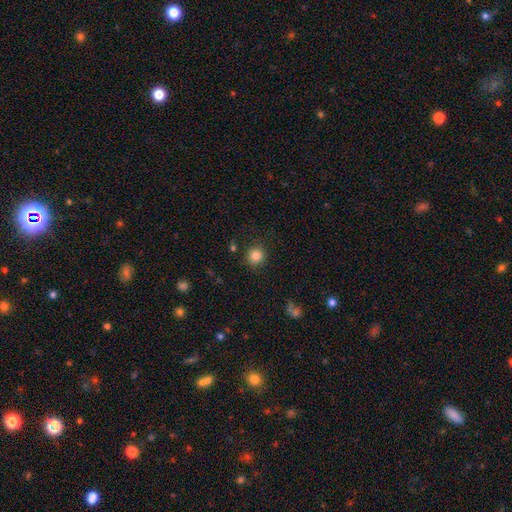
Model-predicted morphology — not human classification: Smooth or featured? Predicted: smooth (p=0.83). How rounded? Predicted: round (p=0.91). Merging? Predicted: none (p=0.88).